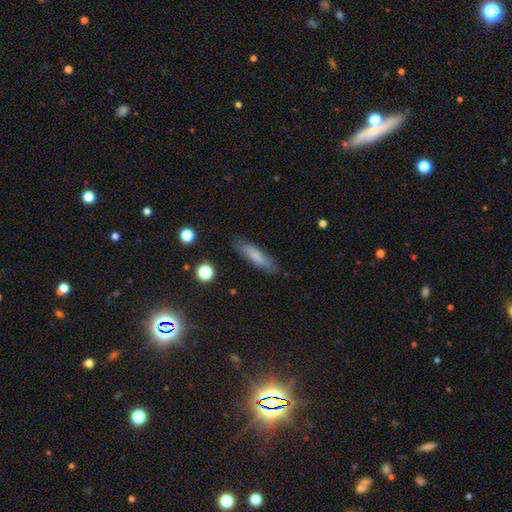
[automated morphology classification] This appears to be a smooth galaxy with no disk features (76%) that is cigar-shaped (72%). Merging: none (83%).